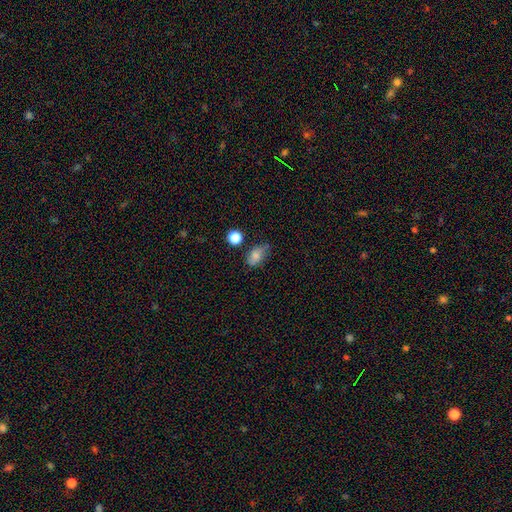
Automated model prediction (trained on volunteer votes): Smooth or featured? smooth (75%)
How rounded? in between (82%)
Merging? none (56%)